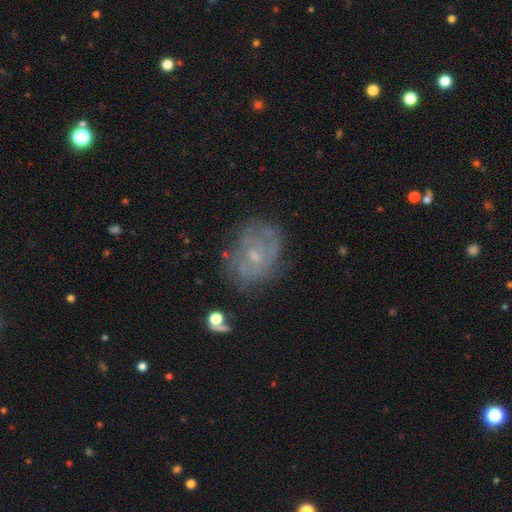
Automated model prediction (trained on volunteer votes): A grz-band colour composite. It shows a featured or disk galaxy (65%) with no bar (70%), spiral arms (72%) and a small central bulge (67%). Merging: none (69%).